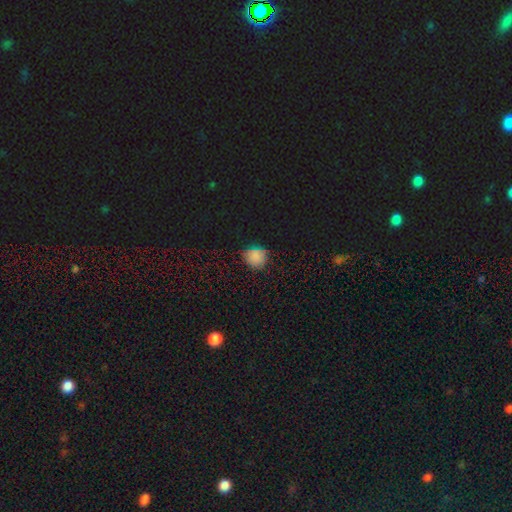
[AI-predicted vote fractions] This appears to be a smooth galaxy with no disk features (72%) that is round (81%). Merging: none (80%).